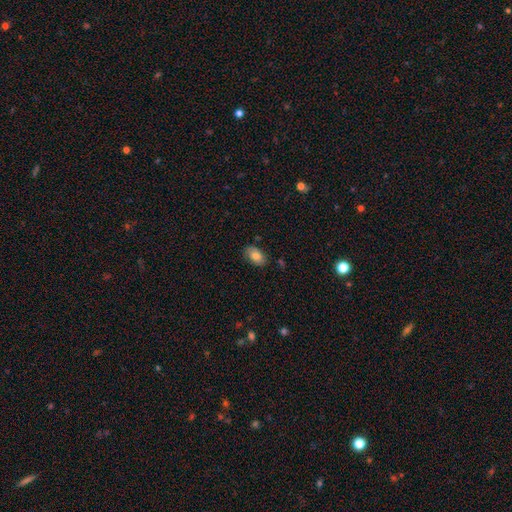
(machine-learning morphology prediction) Smooth or featured?
  - smooth: 82% *
  - featured or disk: 11%
  - star or artifact: 8%
How rounded?
  - in between: 91% *
  - round: 8%
  - cigar-shaped: 1%
Merging?
  - none: 80% *
  - minor disturbance: 15%
  - major disturbance: 3%
  - merger: 2%